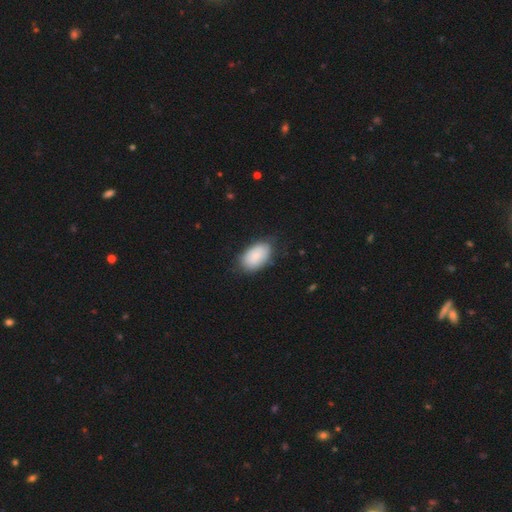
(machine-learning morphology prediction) smooth_or_featured: smooth (p=0.86) [alt: featured or disk p=0.08]
how_rounded: in between (p=0.93) [alt: round p=0.06]
merging: none (p=0.75) [alt: minor disturbance p=0.19]